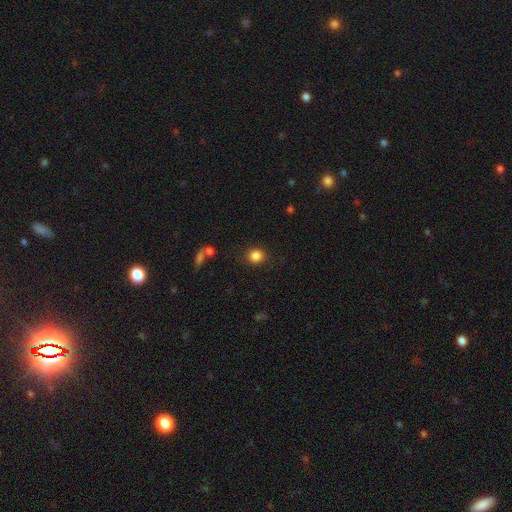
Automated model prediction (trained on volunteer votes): smooth-or-featured: smooth: 85% | star or artifact: 11% | featured or disk: 4%
  how-rounded: round: 85% | in between: 14% | cigar-shaped: 1%
  merging: none: 87% | minor disturbance: 8% | major disturbance: 3% | merger: 2%